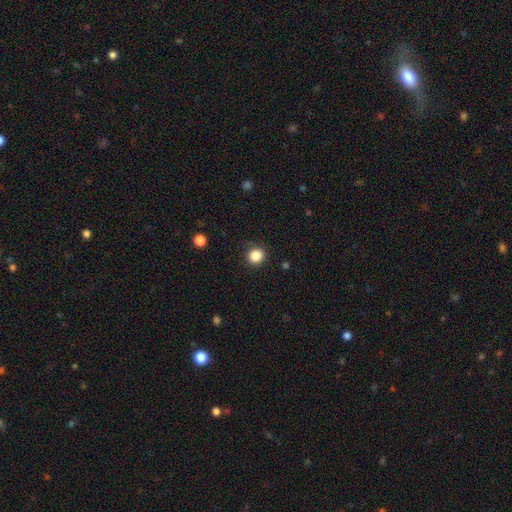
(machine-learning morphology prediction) Smooth or featured? smooth (86%)
How rounded? round (92%)
Merging? none (87%)